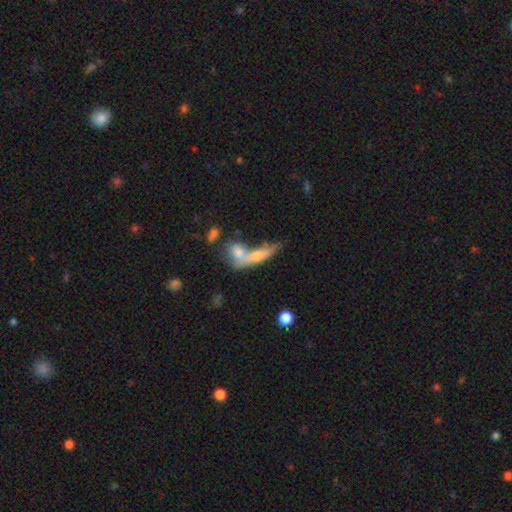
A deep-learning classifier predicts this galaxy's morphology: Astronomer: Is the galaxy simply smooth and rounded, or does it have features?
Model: smooth — 55% (runner-up: featured or disk, 35%).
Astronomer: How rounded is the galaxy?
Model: cigar-shaped — 56% (runner-up: in between, 37%).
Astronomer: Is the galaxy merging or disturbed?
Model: merger — 53% (runner-up: none, 28%).